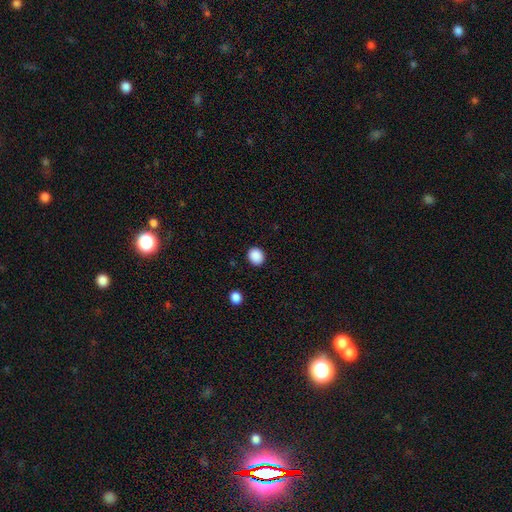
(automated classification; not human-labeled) Morphology: type=smooth (89%); roundness=round (79%); merging=none (91%).